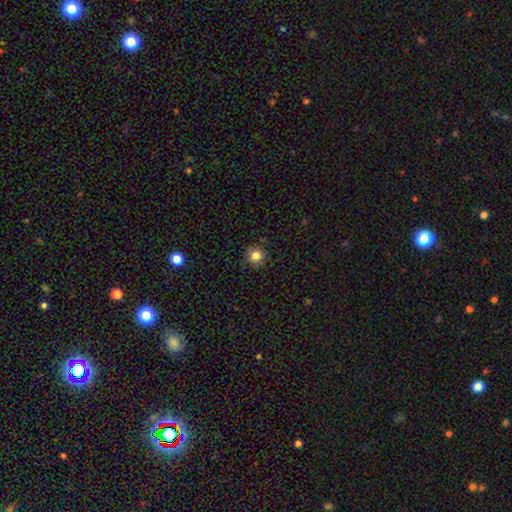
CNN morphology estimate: The model was most divided on "smooth or featured": smooth: 82%, star or artifact: 12%, featured or disk: 6%. More confident: how rounded — round (92%); merging — none (87%).